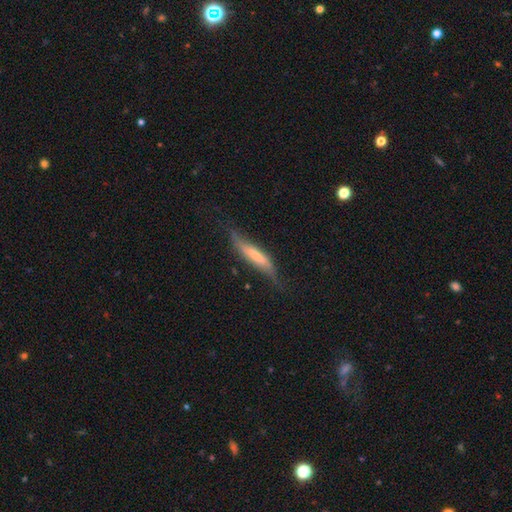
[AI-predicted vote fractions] This appears to be a smooth galaxy with no disk features (51%) that is cigar-shaped (84%). Merging: none (52%).